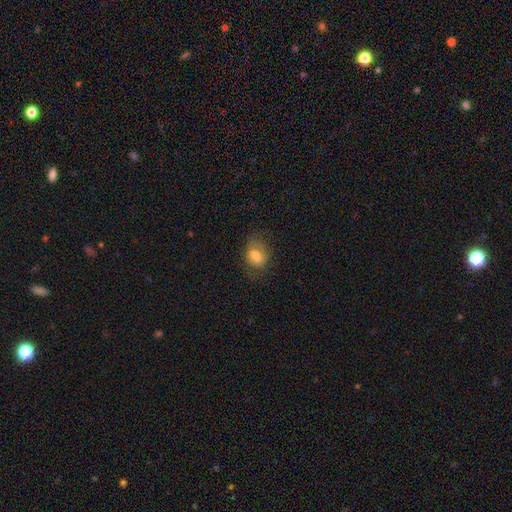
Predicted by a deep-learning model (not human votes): This is likely a smooth galaxy (69%). How rounded: likely in between (72%). Merging: likely none (66%).